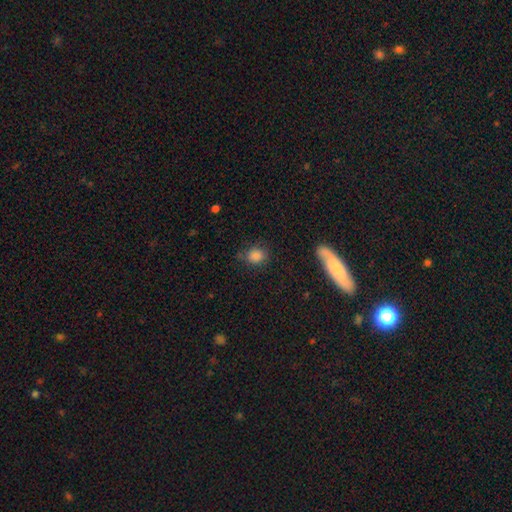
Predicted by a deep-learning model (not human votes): Smooth or featured? smooth (83%)
How rounded? round (70%)
Merging? none (75%)